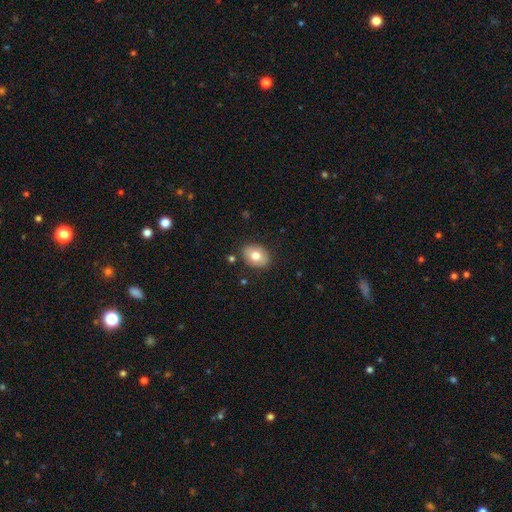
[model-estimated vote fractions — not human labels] Morphology: type=smooth (72%); roundness=in between (69%); merging=none (84%).